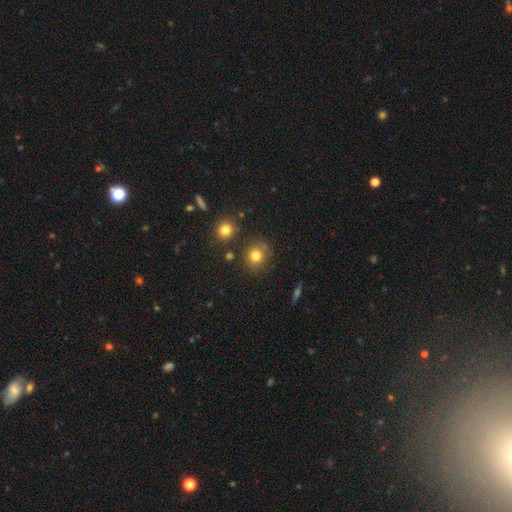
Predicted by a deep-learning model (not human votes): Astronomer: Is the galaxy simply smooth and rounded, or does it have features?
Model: smooth — 79%.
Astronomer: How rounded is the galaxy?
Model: round — 83%.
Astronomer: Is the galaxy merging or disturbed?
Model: none — 75%.